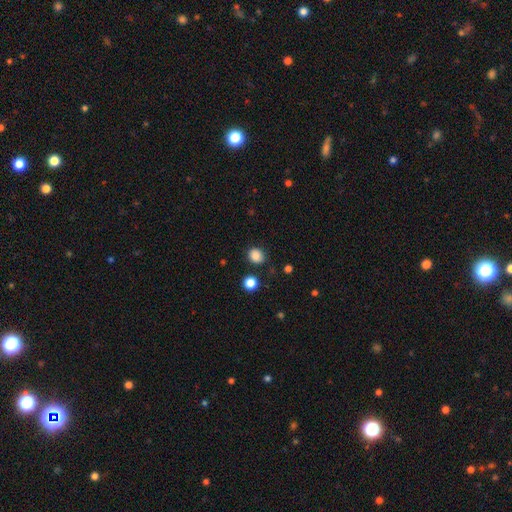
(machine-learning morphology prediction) A smooth galaxy with no disk features (86%) that is round (72%). Merging: none (83%).